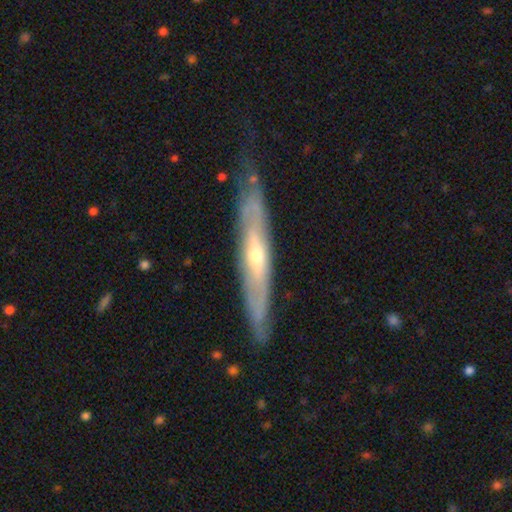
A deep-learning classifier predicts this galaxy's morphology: smooth-or-featured: featured or disk: 71% | smooth: 24% | star or artifact: 5%
  disk-edge-on: yes: 72% | no: 28%
    edge-on-bulge: rounded: 73% | none: 24% | boxy: 3%
  merging: none: 79% | minor disturbance: 15% | major disturbance: 4% | merger: 2%